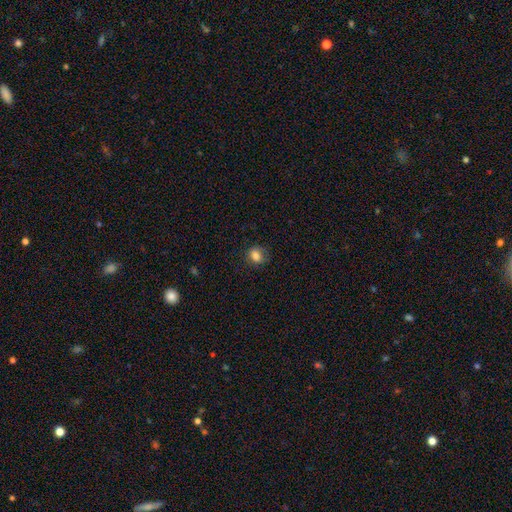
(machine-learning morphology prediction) Smooth or featured? Predicted: smooth (p=0.82). How rounded? Predicted: round (p=0.55). Merging? Predicted: none (p=0.77).